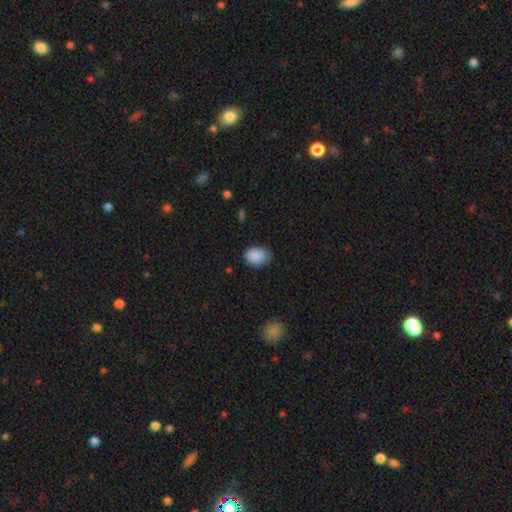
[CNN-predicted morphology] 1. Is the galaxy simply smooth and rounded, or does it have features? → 89% smooth, 8% star or artifact, 4% featured or disk.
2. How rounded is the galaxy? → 63% in between, 36% round, 1% cigar-shaped.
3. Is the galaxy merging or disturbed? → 73% none, 22% minor disturbance, 4% major disturbance, 1% merger.